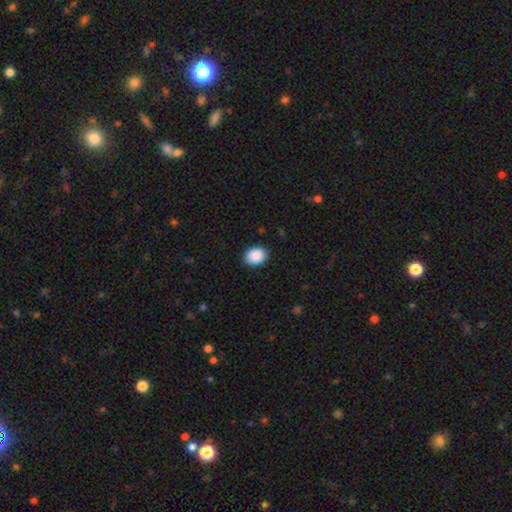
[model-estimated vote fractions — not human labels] Overall: smooth (90%). How rounded: in between (57%; round 42%). Merging: none (89%).